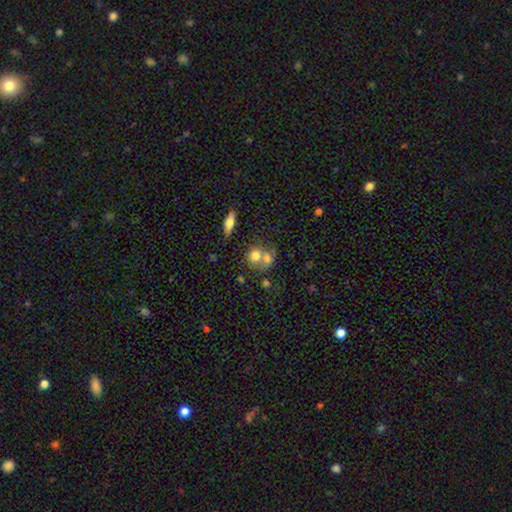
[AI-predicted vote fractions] The model was most divided on "merging": merger: 56%, none: 30%, minor disturbance: 9%, major disturbance: 5%. More confident: smooth or featured — smooth (69%); how rounded — round (63%).